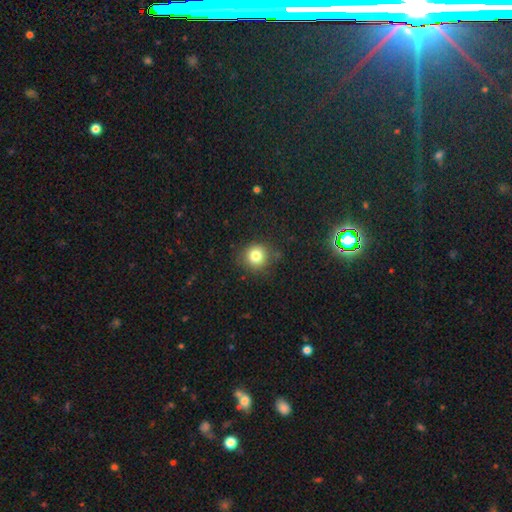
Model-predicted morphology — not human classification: A smooth galaxy with no disk features (81%) that is round (92%).

Vote fractions:
- Smooth or featured? smooth: 81% / star or artifact: 13% / featured or disk: 6%
- How rounded? round: 92% / in between: 8% / cigar-shaped: 1%
- Merging? none: 85% / minor disturbance: 10% / major disturbance: 3% / merger: 2%